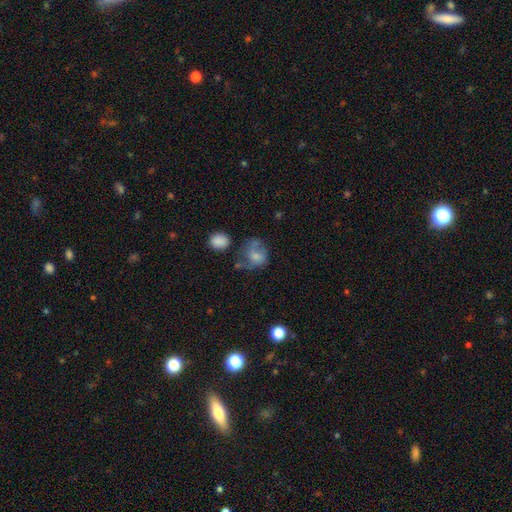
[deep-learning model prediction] This is possibly a smooth galaxy (56%). How rounded: possibly round (57%). Merging: marginally none (34%).